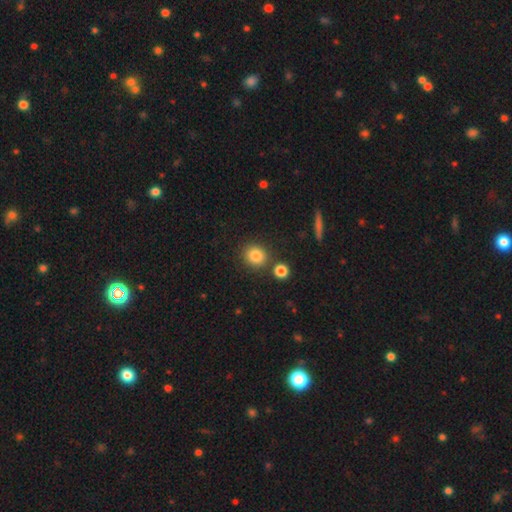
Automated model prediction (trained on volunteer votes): The model was most divided on "how rounded": round: 82%, in between: 17%, cigar-shaped: 1%. More confident: smooth or featured — smooth (83%); merging — none (82%).